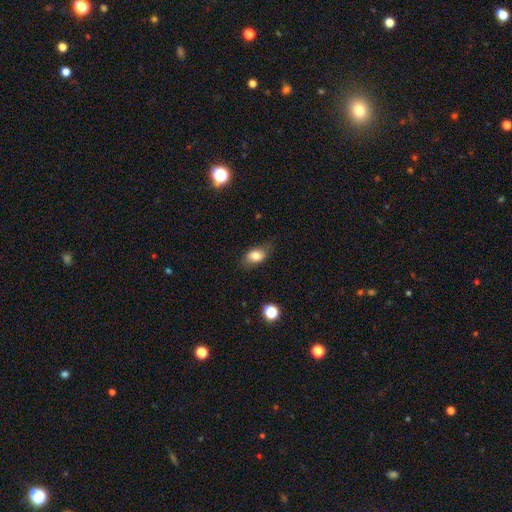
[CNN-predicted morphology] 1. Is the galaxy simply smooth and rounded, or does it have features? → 79% smooth, 12% featured or disk, 8% star or artifact.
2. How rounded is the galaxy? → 84% in between, 14% round, 2% cigar-shaped.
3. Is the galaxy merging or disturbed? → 72% none, 21% minor disturbance, 6% major disturbance, 1% merger.